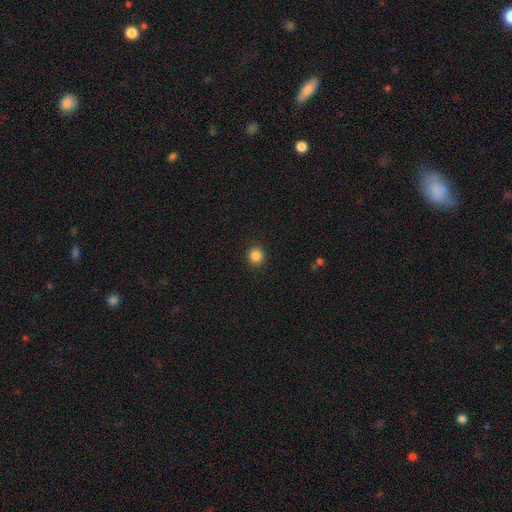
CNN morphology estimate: smooth_or_featured: smooth (p=0.86) [alt: star or artifact p=0.11]
how_rounded: round (p=0.93) [alt: in between p=0.06]
merging: none (p=0.92) [alt: minor disturbance p=0.05]